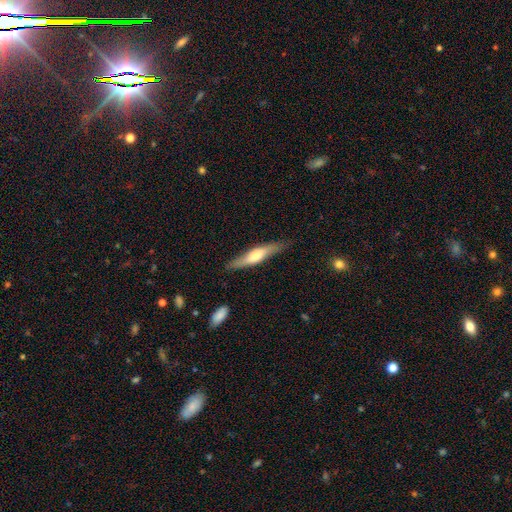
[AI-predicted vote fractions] Overall: featured or disk (49%; smooth 46%). Merging: none (82%).